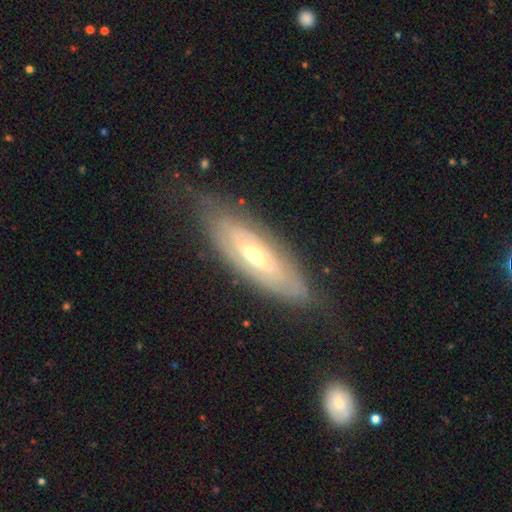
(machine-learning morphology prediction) This is likely a featured or disk galaxy (71%). It is likely not viewed edge-on (73%). Bar: likely no (69%). Spiral arm pattern: possibly no (51%). Central bulge: likely moderate (66%). Merging: likely none (72%).